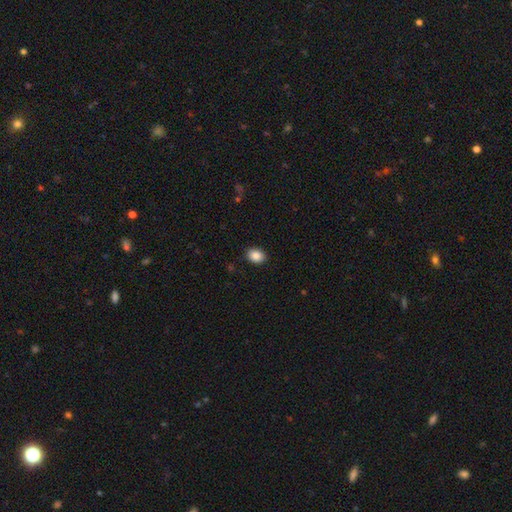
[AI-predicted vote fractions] smooth 88%, star or artifact 8%, featured or disk 4%. Down the decision tree: how rounded — in between (63%); merging — none (90%).